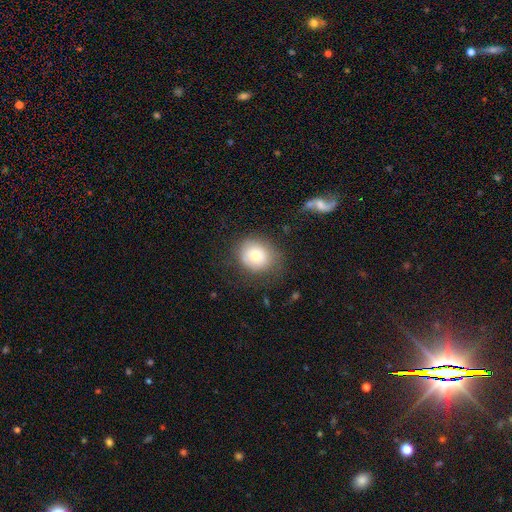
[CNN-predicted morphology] Smooth or featured? smooth (74%)
How rounded? round (78%)
Merging? none (72%)